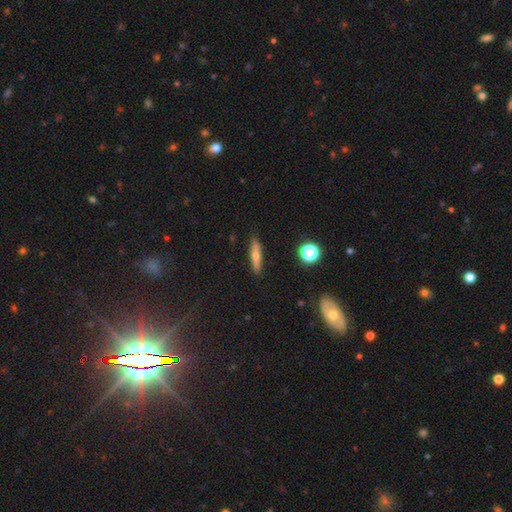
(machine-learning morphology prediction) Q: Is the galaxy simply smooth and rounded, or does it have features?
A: smooth — 52%.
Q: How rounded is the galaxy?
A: cigar-shaped — 81%.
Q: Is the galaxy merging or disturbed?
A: none — 88%.